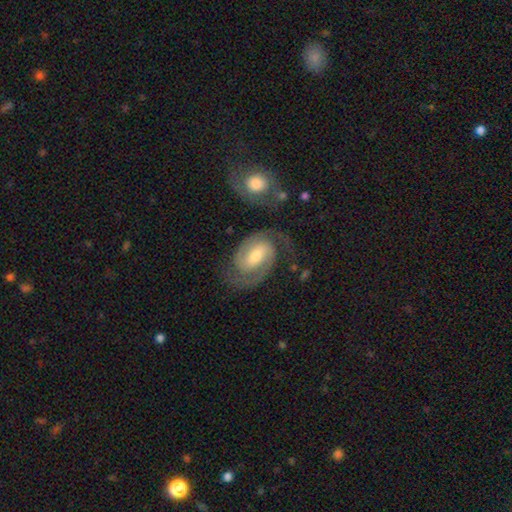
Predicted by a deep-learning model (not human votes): Smooth or featured?
  - featured or disk: 87% *
  - smooth: 8%
  - star or artifact: 5%
Edge-on disk?
  - no: 97% *
  - yes: 3%
Bar?
  - weak: 46% *
  - strong: 29%
  - no: 25%
Spiral arms?
  - yes: 97% *
  - no: 3%
Spiral winding?
  - medium: 47% *
  - tight: 44%
  - loose: 9%
Spiral arm count?
  - 2: 91% *
  - can't tell: 3%
  - 3: 2%
  - 1: 2%
  - 4: 1%
  - more than 4: 1%
Bulge size?
  - moderate: 59% *
  - small: 31%
  - large: 7%
  - none: 2%
  - dominant: 1%
Merging?
  - none: 74% *
  - minor disturbance: 14%
  - major disturbance: 8%
  - merger: 4%